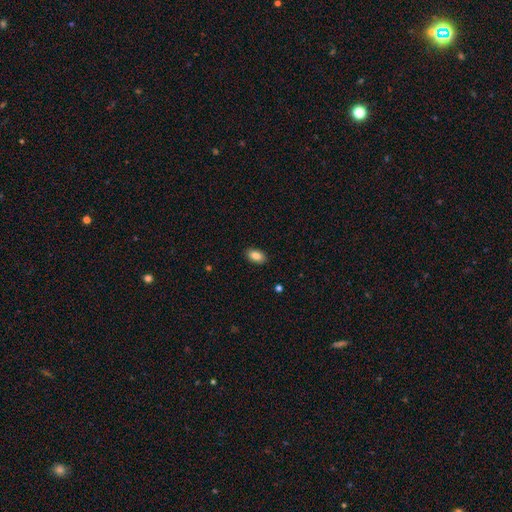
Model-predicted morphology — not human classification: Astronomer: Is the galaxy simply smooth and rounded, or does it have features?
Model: smooth — 86%.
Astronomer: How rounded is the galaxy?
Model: in between — 91%.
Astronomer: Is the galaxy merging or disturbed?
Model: none — 89%.